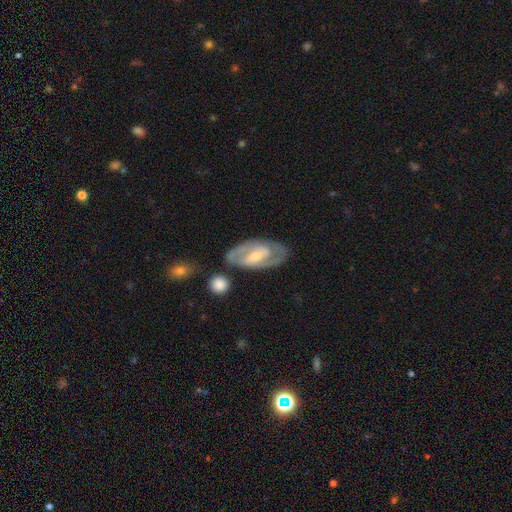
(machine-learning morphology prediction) Smooth or featured? Predicted: featured or disk (p=0.73). Edge-on disk? Predicted: no (p=0.92). Bar? Predicted: strong (p=0.42). Spiral arms? Predicted: yes (p=0.77). Spiral winding? Predicted: medium (p=0.44). Spiral arm count? Predicted: 2 (p=0.76). Bulge size? Predicted: small (p=0.45). Merging? Predicted: none (p=0.73).